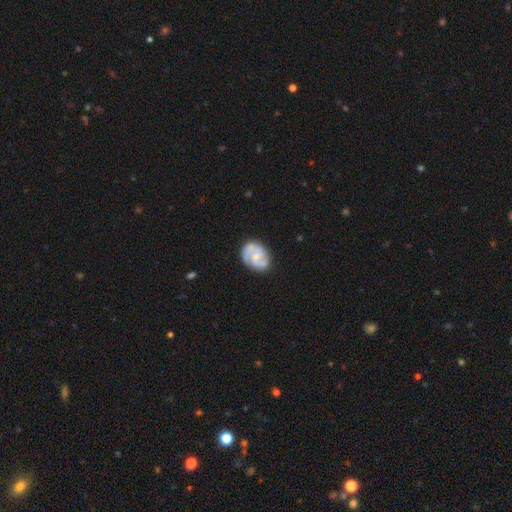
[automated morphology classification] Overall: featured or disk (72%). Edge-on disk: no (98%). Bar: no (61%; weak 34%). Spiral arms: yes (89%). Spiral arm count: 2 (67%). Spiral winding: medium (46%; tight 38%). Bulge size: small (49%; moderate 39%). Merging: none (70%).